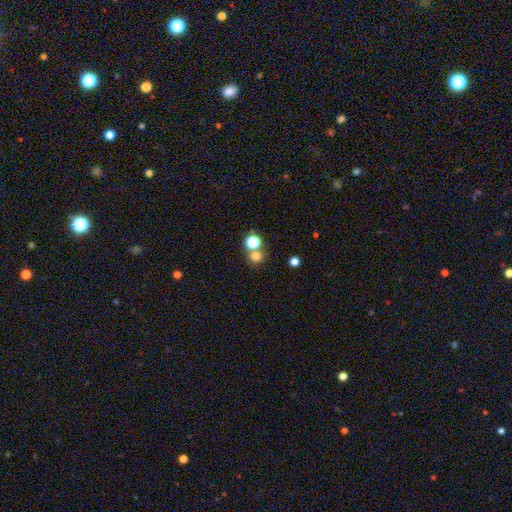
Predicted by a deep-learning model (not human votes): Morphology: type=smooth (72%); roundness=round (86%); merging=none (62%).